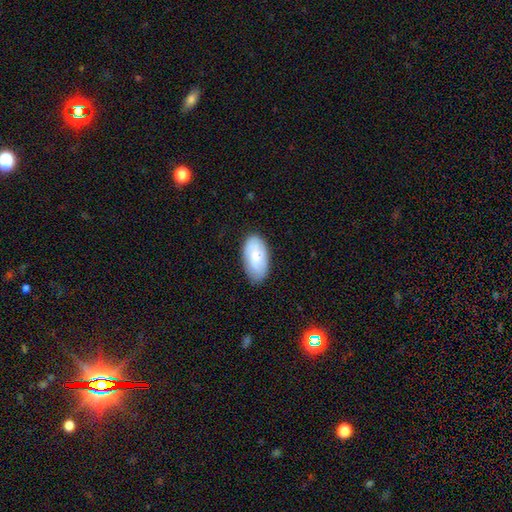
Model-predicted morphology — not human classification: Overall: smooth (72%). How rounded: in between (95%). Merging: none (80%).